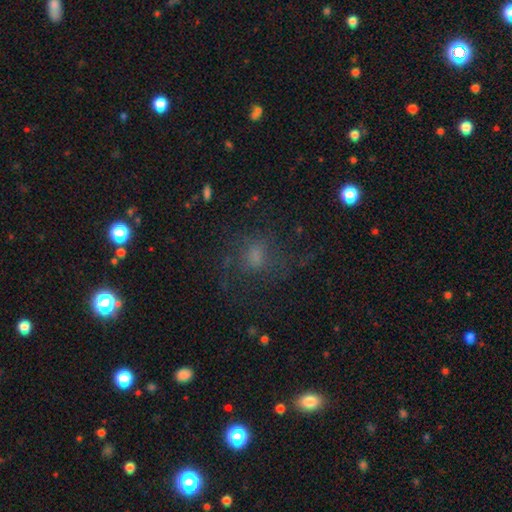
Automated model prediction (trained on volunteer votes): A smooth galaxy with no disk features (48%). Merging: none (56%).